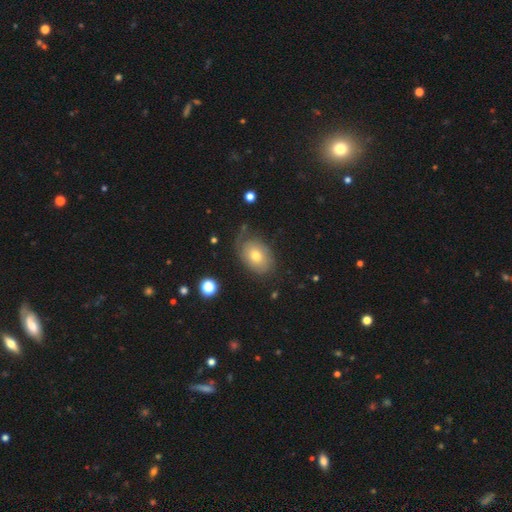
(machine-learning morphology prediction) Smooth or featured? Predicted: smooth (p=0.50). Merging? Predicted: none (p=0.61).